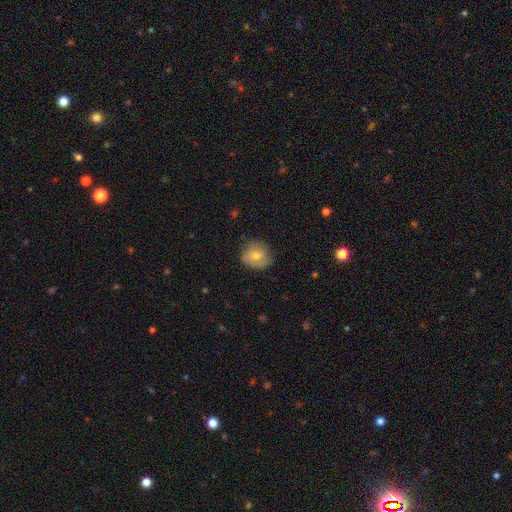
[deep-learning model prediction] Q: Smooth or featured?
A: smooth (62%); runner-up: featured or disk (30%)
Q: How rounded?
A: round (81%); runner-up: in between (18%)
Q: Merging?
A: none (72%); runner-up: minor disturbance (22%)